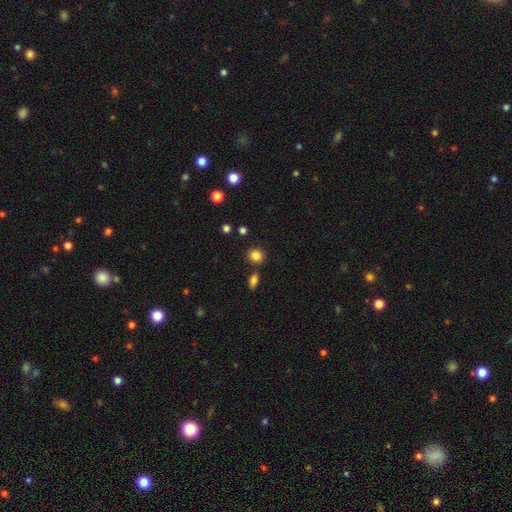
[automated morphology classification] The model was most divided on "how rounded": round: 79%, in between: 20%, cigar-shaped: 1%. More confident: smooth or featured — smooth (84%); merging — none (81%).